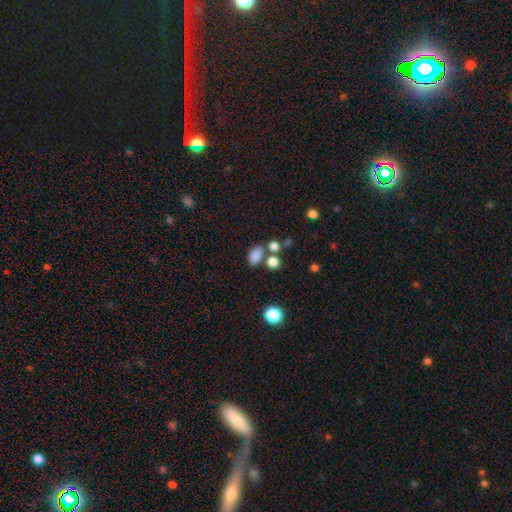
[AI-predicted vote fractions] A smooth galaxy with no disk features (81%) that is in between round and cigar-shaped (82%).

Vote fractions:
- Smooth or featured? smooth: 81% / star or artifact: 12% / featured or disk: 7%
- How rounded? in between: 82% / round: 16% / cigar-shaped: 2%
- Merging? none: 60% / merger: 23% / minor disturbance: 12% / major disturbance: 5%